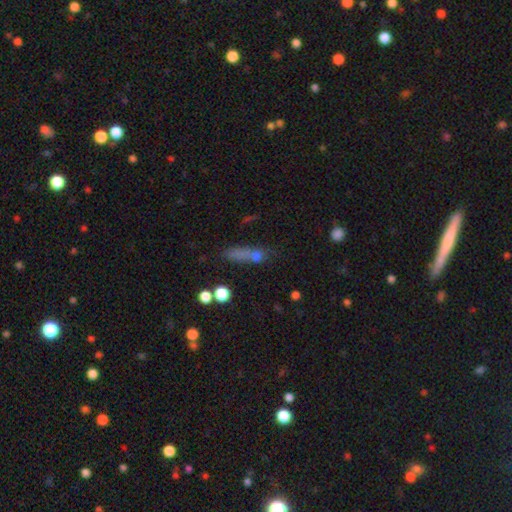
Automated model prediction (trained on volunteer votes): smooth_or_featured: smooth (p=0.48) [alt: star or artifact p=0.29]
merging: none (p=0.66) [alt: minor disturbance p=0.16]